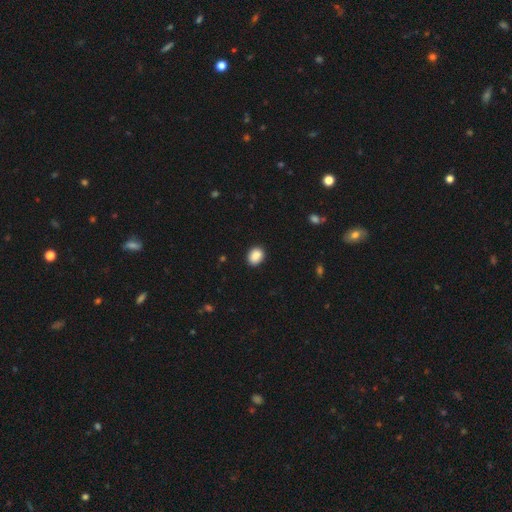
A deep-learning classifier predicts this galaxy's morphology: Smooth or featured? smooth (89%)
How rounded? in between (57%)
Merging? none (89%)